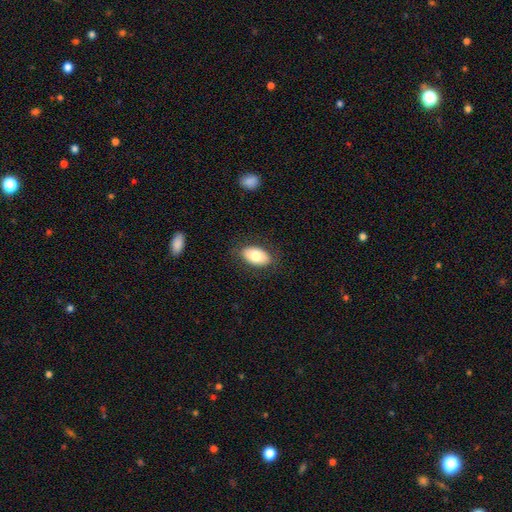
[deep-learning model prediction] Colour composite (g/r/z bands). It shows a smooth galaxy with no disk features (78%) that is in between round and cigar-shaped (93%). Merging: none (84%).